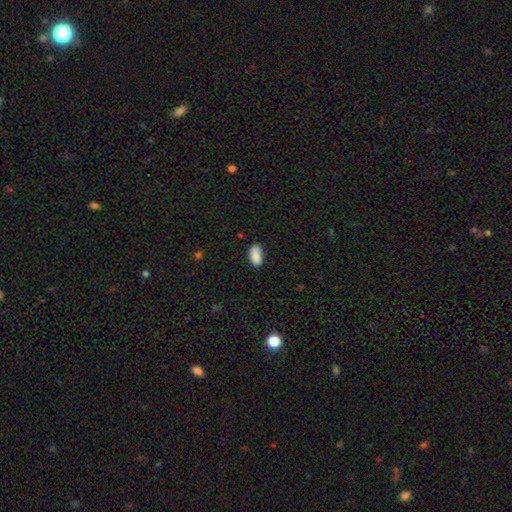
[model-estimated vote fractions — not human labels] Smooth or featured: smooth — 89% (star or artifact — 8%)
How rounded: in between — 93% (cigar-shaped — 4%)
Merging: none — 80% (minor disturbance — 16%)